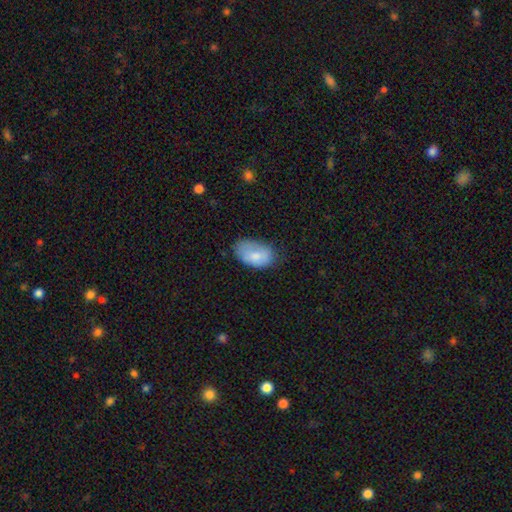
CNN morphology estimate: Overall: smooth (79%). How rounded: in between (93%). Merging: none (51%; minor disturbance 35%).